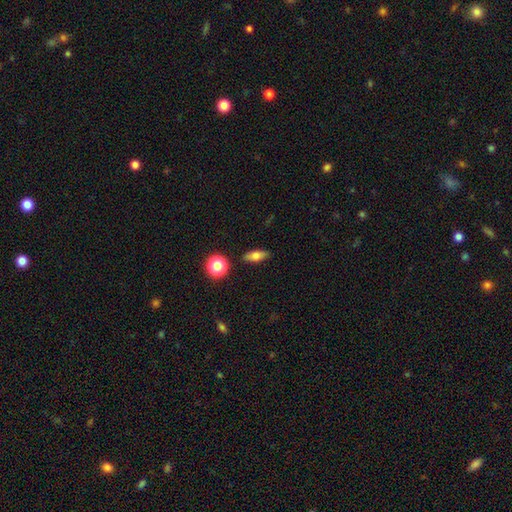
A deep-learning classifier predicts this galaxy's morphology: The model was most divided on "smooth or featured": smooth: 68%, featured or disk: 21%, star or artifact: 10%. More confident: merging — none (87%); how rounded — in between (69%).